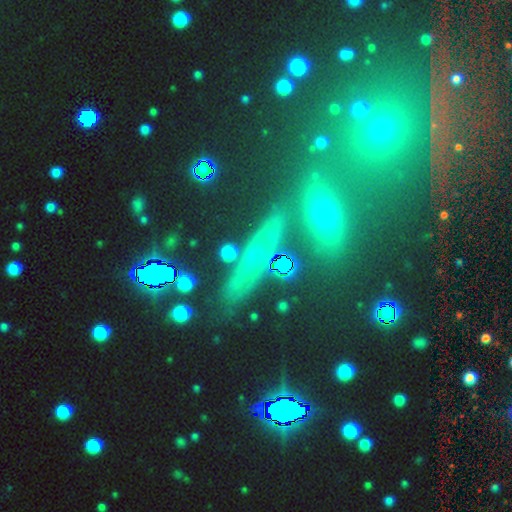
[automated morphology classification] A star or artifact, not a galaxy (38%).